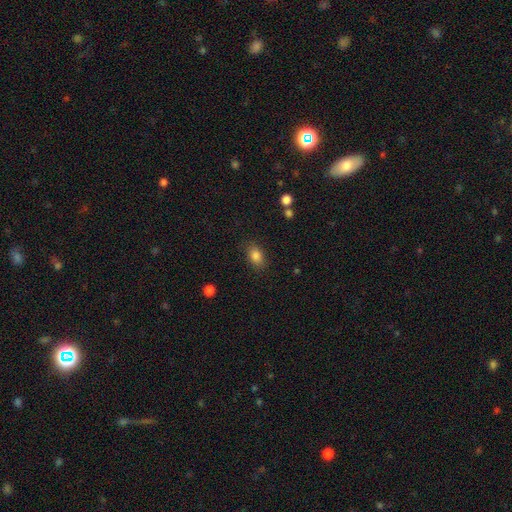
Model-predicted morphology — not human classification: A smooth galaxy with no disk features (84%) that is in between round and cigar-shaped (81%). Merging: none (84%).